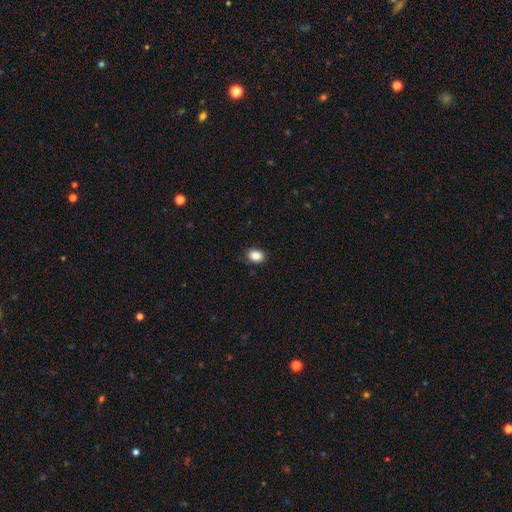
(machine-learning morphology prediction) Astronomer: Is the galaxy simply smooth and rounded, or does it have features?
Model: smooth — 88%.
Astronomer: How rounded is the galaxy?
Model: in between — 66%.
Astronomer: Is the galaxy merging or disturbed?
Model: none — 87%.